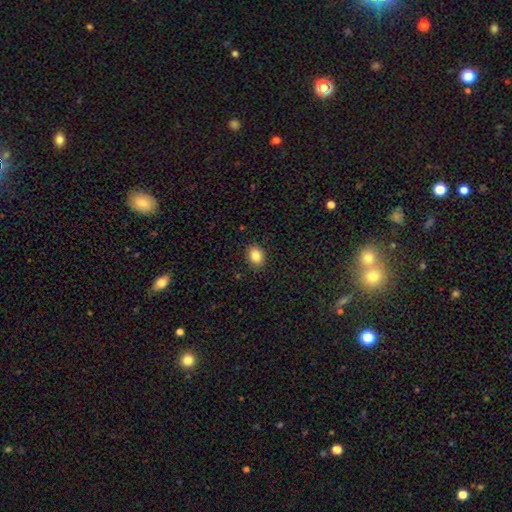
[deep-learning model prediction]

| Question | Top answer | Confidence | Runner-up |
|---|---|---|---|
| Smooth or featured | smooth | 85% | star or artifact (10%) |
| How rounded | in between | 55% | round (44%) |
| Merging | none | 90% | minor disturbance (7%) |